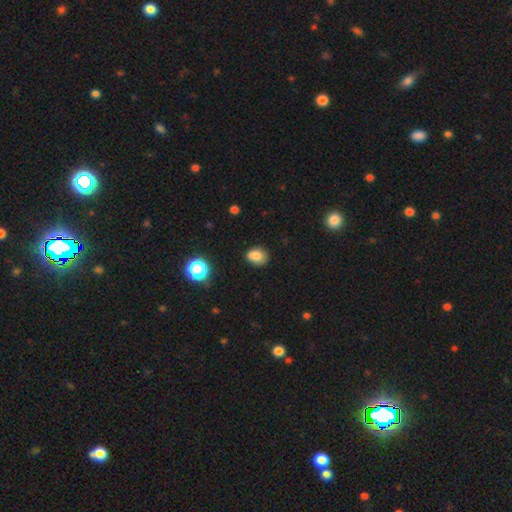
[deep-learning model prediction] This appears to be a smooth galaxy with no disk features (78%) that is in between round and cigar-shaped (50%). Merging: none (62%).